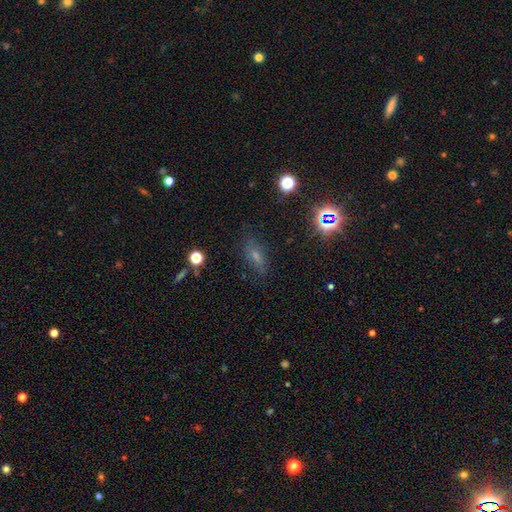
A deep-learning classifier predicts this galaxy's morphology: The model was most divided on "smooth or featured": smooth: 43%, star or artifact: 32%, featured or disk: 25%. More confident: merging — none (75%).